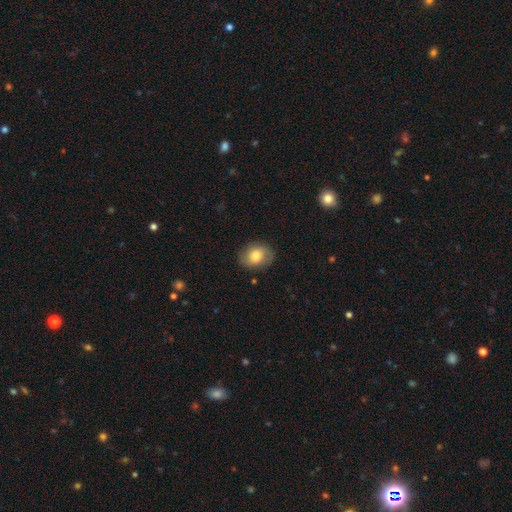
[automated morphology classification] A smooth galaxy with no disk features (73%) that is in between round and cigar-shaped (50%). Merging: none (81%).